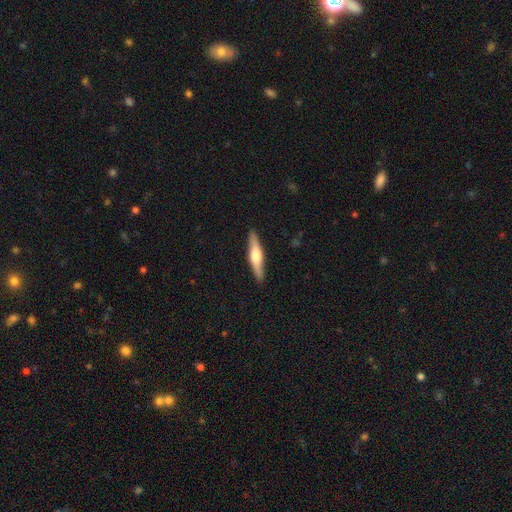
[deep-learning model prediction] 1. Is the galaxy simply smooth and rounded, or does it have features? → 55% featured or disk, 40% smooth, 5% star or artifact.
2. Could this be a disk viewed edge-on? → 94% yes, 6% no.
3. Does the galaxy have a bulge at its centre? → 84% rounded, 11% boxy, 5% none.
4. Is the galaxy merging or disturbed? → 90% none, 7% minor disturbance, 2% major disturbance, 1% merger.